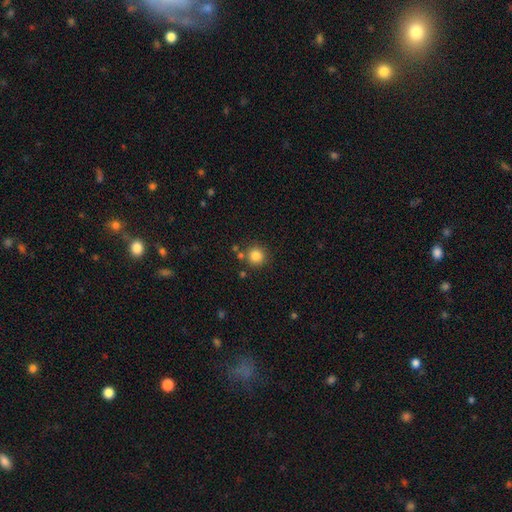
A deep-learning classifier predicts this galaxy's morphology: type=smooth (84%); roundness=round (93%); merging=none (82%).